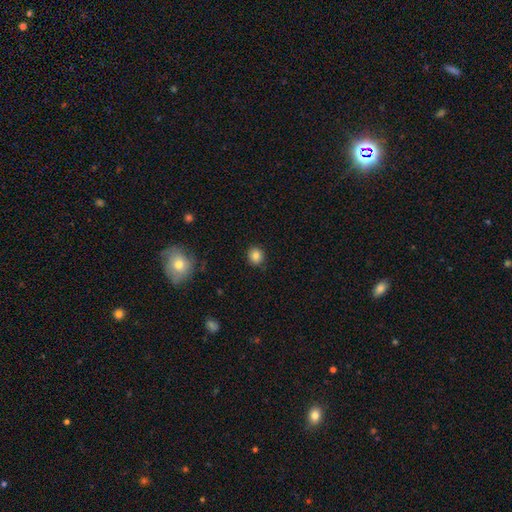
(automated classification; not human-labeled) This is clearly a smooth galaxy (82%). How rounded: clearly round (86%). Merging: clearly none (87%).